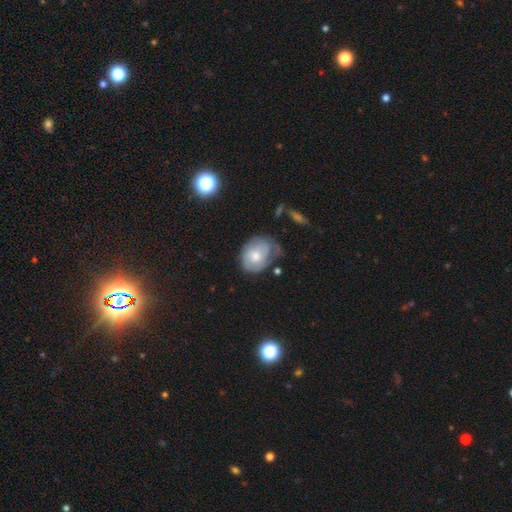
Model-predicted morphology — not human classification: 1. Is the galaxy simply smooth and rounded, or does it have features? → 50% smooth, 43% featured or disk, 7% star or artifact.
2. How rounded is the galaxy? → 56% in between, 43% round, 1% cigar-shaped.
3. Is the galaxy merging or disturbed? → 42% none, 36% minor disturbance, 18% major disturbance, 4% merger.